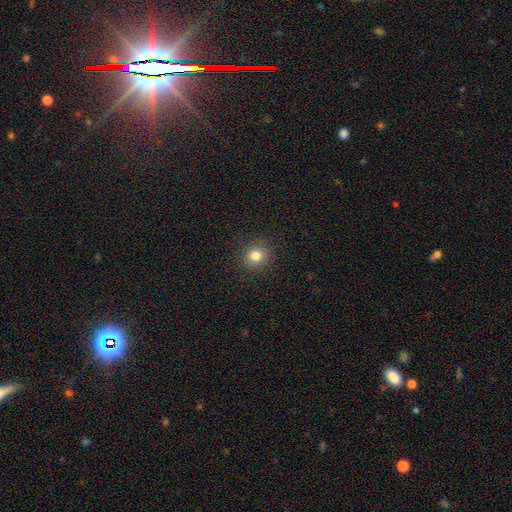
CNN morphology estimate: smooth-or-featured: smooth: 81% | star or artifact: 13% | featured or disk: 6%
  how-rounded: round: 87% | in between: 12% | cigar-shaped: 1%
  merging: none: 90% | minor disturbance: 6% | major disturbance: 2% | merger: 1%